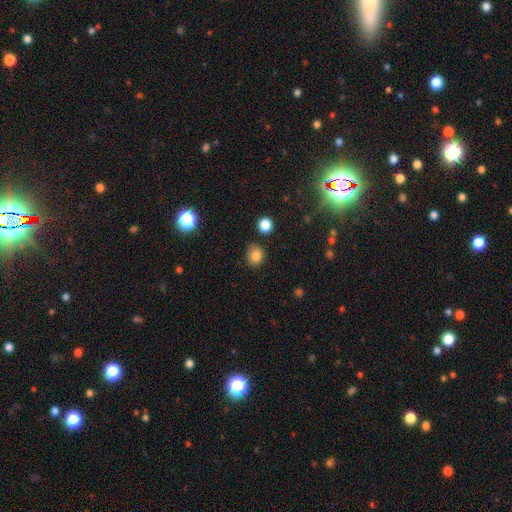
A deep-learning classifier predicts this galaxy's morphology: Smooth or featured? Predicted: smooth (p=0.83). How rounded? Predicted: round (p=0.64). Merging? Predicted: none (p=0.78).